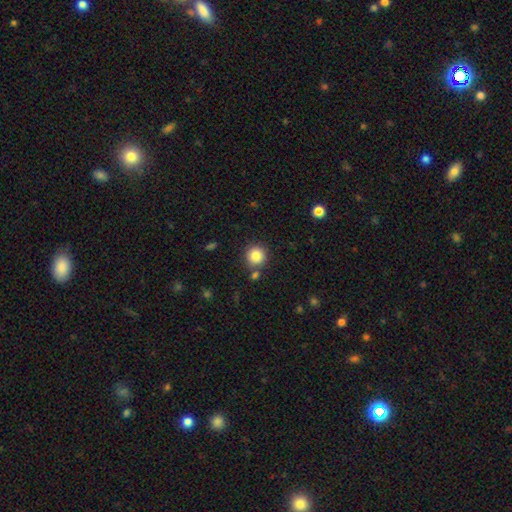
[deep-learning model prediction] Morphology: type=smooth (85%); roundness=round (94%); merging=none (82%).